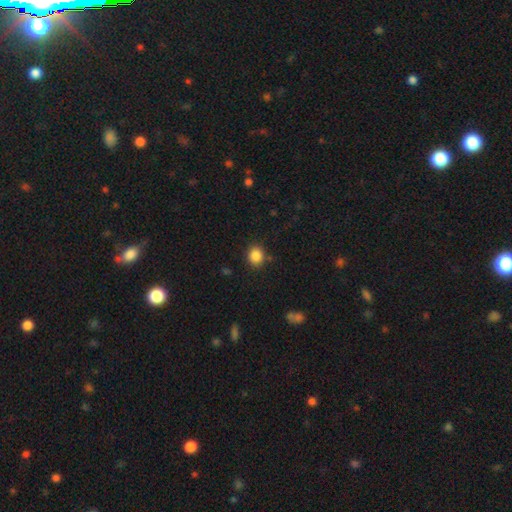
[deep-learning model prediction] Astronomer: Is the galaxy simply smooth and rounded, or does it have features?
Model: smooth — 86%.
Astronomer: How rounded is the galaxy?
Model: round — 79%.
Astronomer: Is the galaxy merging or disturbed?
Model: none — 86%.